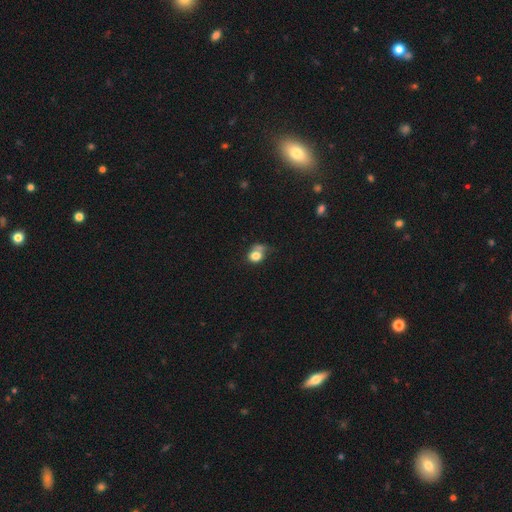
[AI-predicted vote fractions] smooth-or-featured: smooth: 76% | featured or disk: 13% | star or artifact: 11%
  how-rounded: round: 60% | in between: 38% | cigar-shaped: 1%
  merging: none: 35% | minor disturbance: 22% | merger: 22% | major disturbance: 21%